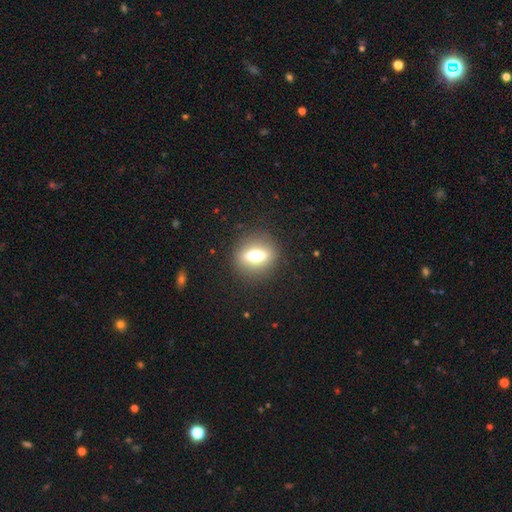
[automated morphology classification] smooth 53%, featured or disk 34%, star or artifact 13%. Down the decision tree: how rounded — round (44%, tied with in between); merging — none (86%).